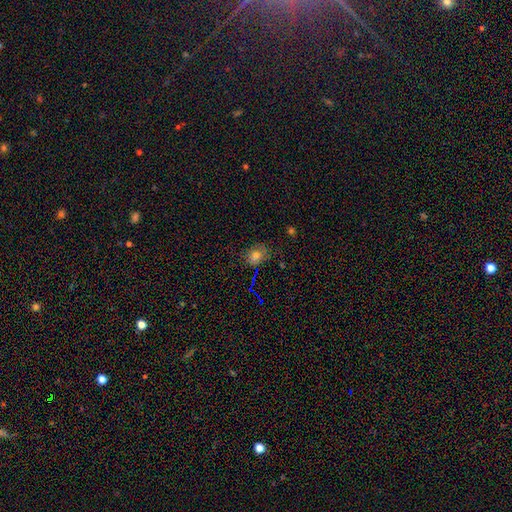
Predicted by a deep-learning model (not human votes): This is likely a smooth galaxy (72%). How rounded: possibly round (51%). Merging: likely none (71%).